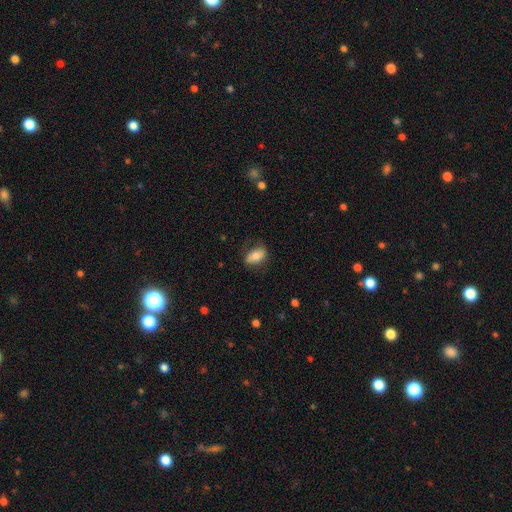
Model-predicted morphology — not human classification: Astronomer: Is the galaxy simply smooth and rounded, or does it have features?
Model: smooth — 69%.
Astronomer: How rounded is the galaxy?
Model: in between — 88%.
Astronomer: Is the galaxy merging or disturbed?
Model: none — 70%.